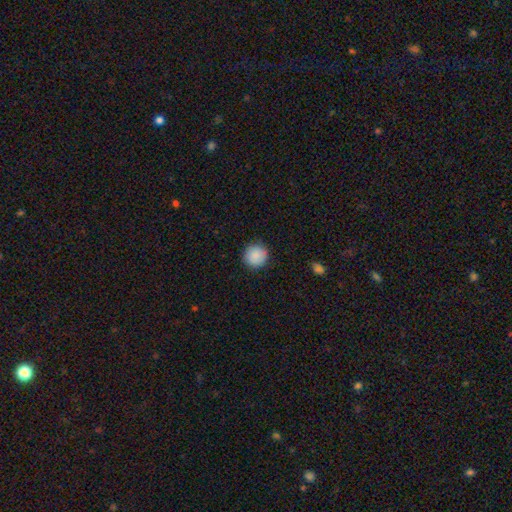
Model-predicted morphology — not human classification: The model was most divided on "smooth or featured": smooth: 89%, star or artifact: 7%, featured or disk: 3%. More confident: how rounded — round (95%); merging — none (91%).